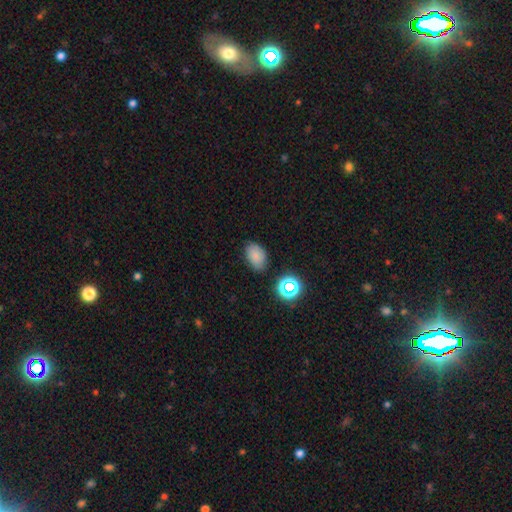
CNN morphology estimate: This appears to be a smooth galaxy with no disk features (76%) that is in between round and cigar-shaped (84%). Merging: none (78%).